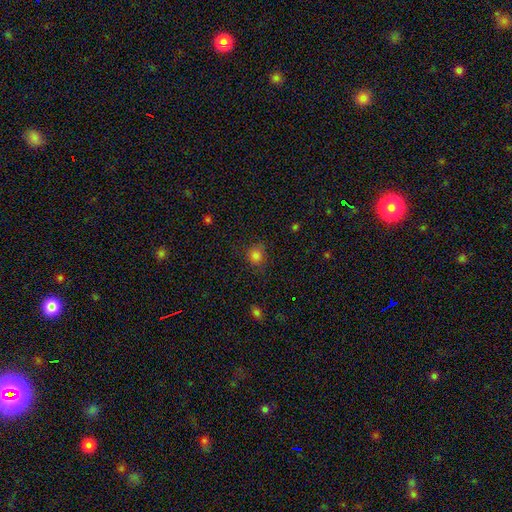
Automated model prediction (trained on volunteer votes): This is likely a smooth galaxy (78%). How rounded: likely round (75%). Merging: likely none (75%).